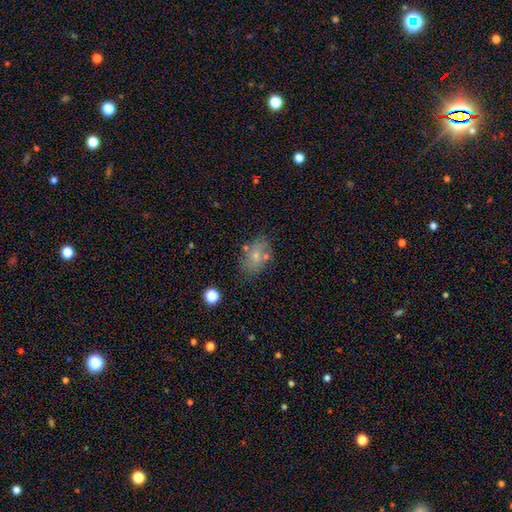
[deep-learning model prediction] smooth 50%, featured or disk 29%, star or artifact 21%. Down the decision tree: merging — none (72%).